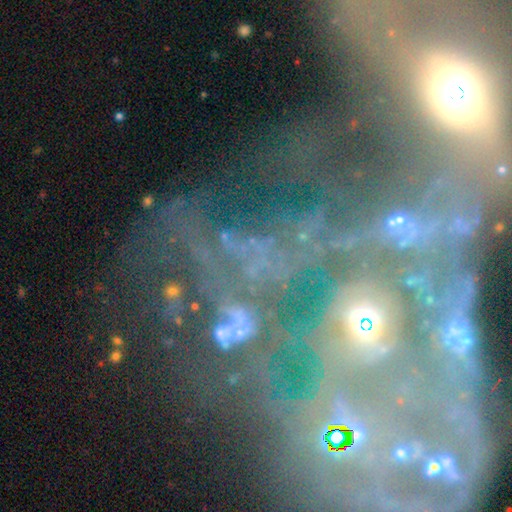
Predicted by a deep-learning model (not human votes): Morphology: type=featured or disk (63%); edge-on=no (95%); bar=no (71%); spiral arms=yes (57%); bulge=small (36%); merging=merger (33%).